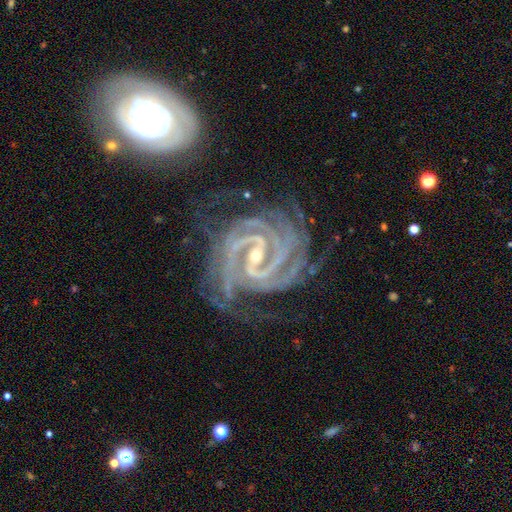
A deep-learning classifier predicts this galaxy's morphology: Overall: featured or disk (93%). Edge-on disk: no (98%). Bar: strong (59%; weak 30%). Spiral arms: yes (99%). Spiral arm count: 4 (29%; 3 25%). Spiral winding: tight (79%). Bulge size: small (66%; moderate 30%). Merging: none (66%).